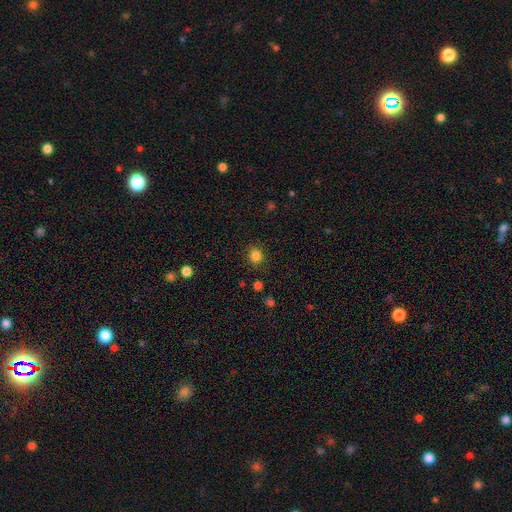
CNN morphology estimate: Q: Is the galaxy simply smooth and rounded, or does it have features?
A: smooth — 84%.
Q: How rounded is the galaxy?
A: round — 83%.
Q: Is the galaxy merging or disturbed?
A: none — 86%.